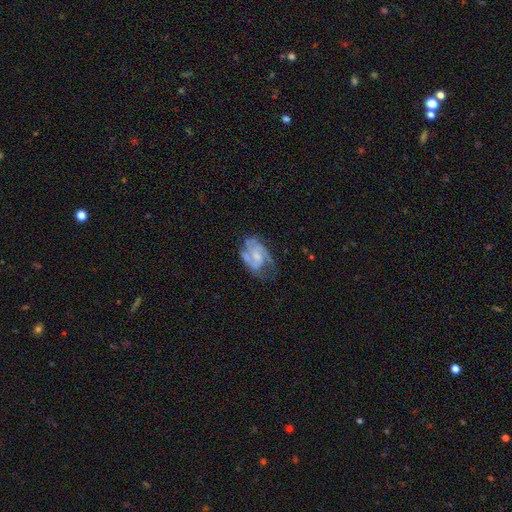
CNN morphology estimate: The model was most divided on "bulge size": small: 37%, moderate: 33%, none: 24%, large: 5%, dominant: 1%. Remaining: edge-on disk — no (97%); spiral arms — yes (91%); smooth or featured — featured or disk (79%); spiral arm count — 2 (58%); merging — none (53%); spiral winding — medium (49%); bar — no (48%).